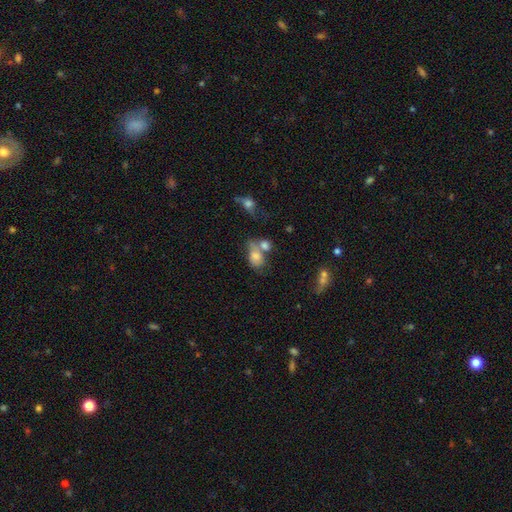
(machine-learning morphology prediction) smooth-or-featured: smooth: 72% | featured or disk: 16% | star or artifact: 11%
  how-rounded: in between: 72% | round: 26% | cigar-shaped: 2%
  merging: merger: 46% | none: 27% | minor disturbance: 16% | major disturbance: 11%